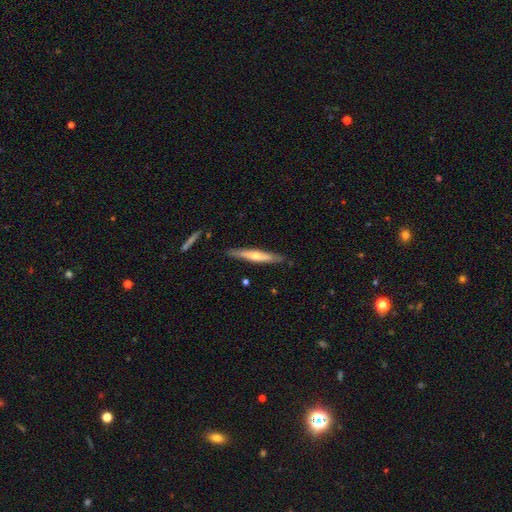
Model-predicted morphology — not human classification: The model was most divided on "smooth or featured": featured or disk: 53%, smooth: 42%, star or artifact: 5%. More confident: edge-on disk — yes (91%); merging — none (87%).